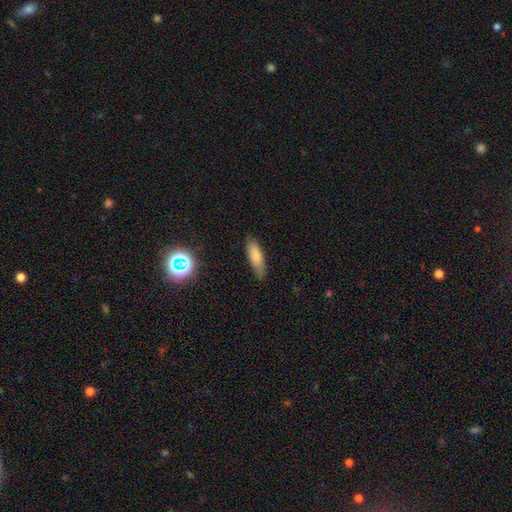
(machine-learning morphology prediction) This appears to be a smooth galaxy with no disk features (78%) that is in between round and cigar-shaped (55%). Merging: none (77%).